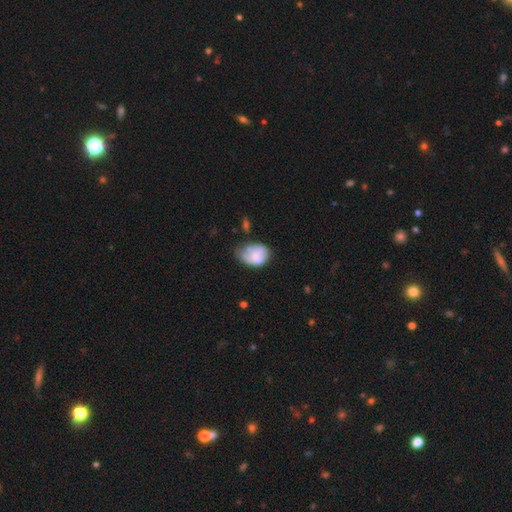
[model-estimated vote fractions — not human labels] smooth-or-featured: smooth: 54% | featured or disk: 38% | star or artifact: 8%
  how-rounded: in between: 70% | round: 29% | cigar-shaped: 1%
  merging: minor disturbance: 35% | none: 29% | major disturbance: 24% | merger: 12%